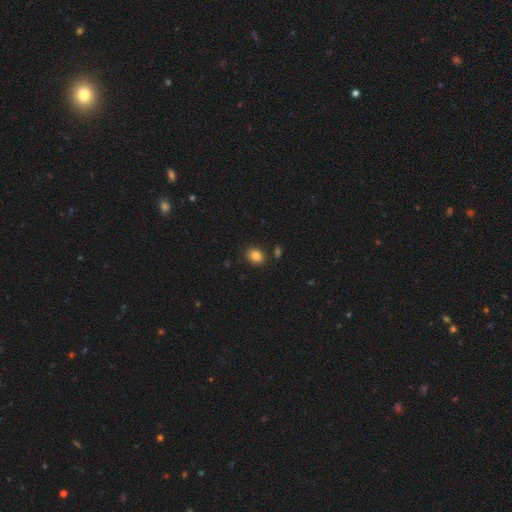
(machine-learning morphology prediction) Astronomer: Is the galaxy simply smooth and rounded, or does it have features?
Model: smooth — 84%.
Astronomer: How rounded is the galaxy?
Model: in between — 51% (runner-up: round, 49%).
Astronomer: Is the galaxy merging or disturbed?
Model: none — 86%.